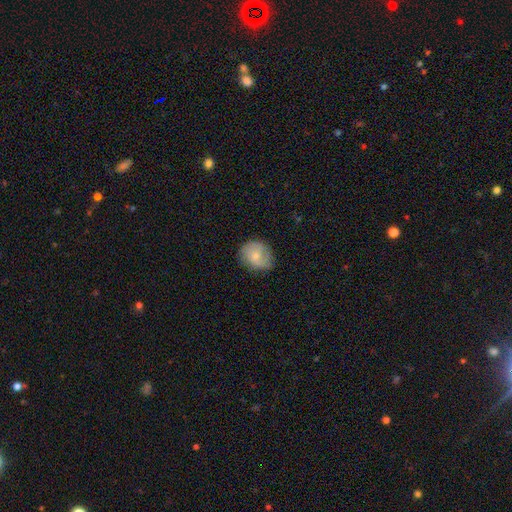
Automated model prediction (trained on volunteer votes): Smooth or featured? Predicted: smooth (p=0.57). How rounded? Predicted: round (p=0.65). Merging? Predicted: none (p=0.70).